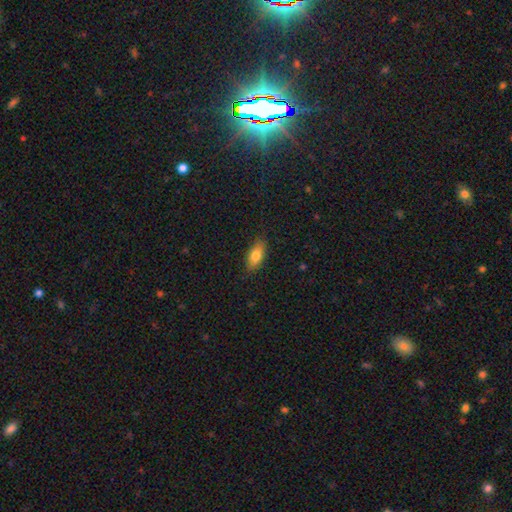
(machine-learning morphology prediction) This is likely a smooth galaxy (79%). How rounded: clearly in between (84%). Merging: clearly none (85%).